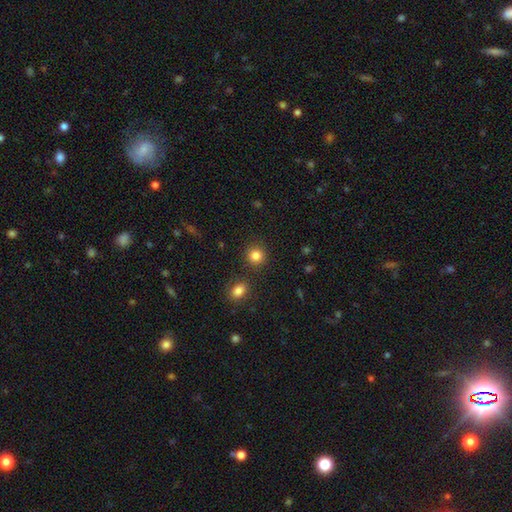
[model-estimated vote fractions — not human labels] This appears to be a smooth galaxy with no disk features (85%) that is round (90%). Merging: none (88%).